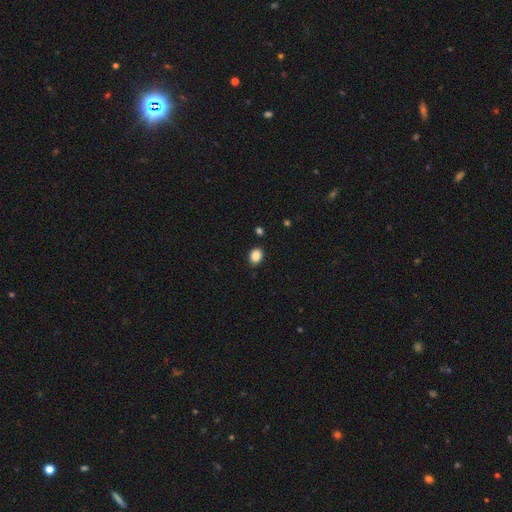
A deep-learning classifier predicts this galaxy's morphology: Overall: smooth (87%). How rounded: in between (58%; round 41%). Merging: none (87%).